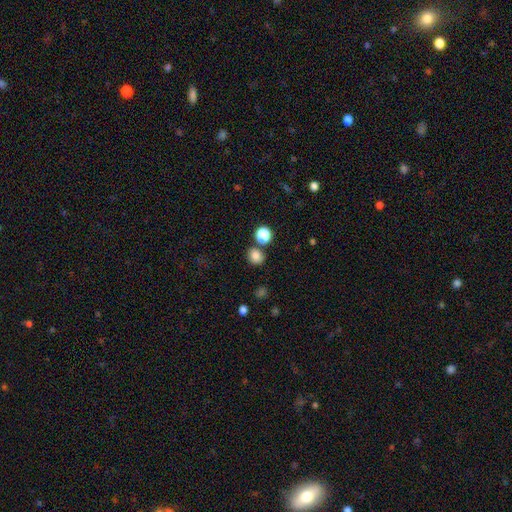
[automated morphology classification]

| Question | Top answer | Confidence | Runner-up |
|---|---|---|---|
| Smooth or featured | smooth | 82% | star or artifact (14%) |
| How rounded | round | 75% | in between (24%) |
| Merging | none | 78% | minor disturbance (10%) |